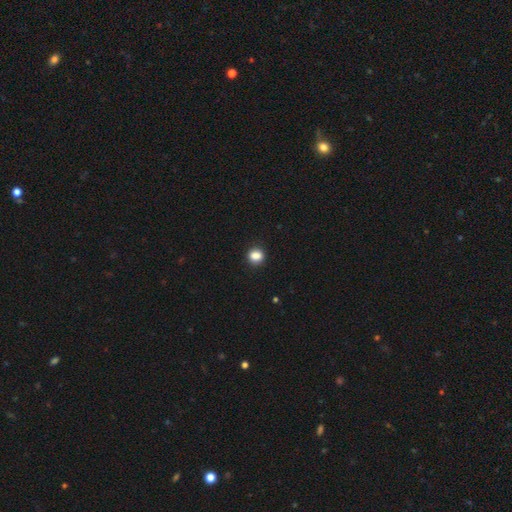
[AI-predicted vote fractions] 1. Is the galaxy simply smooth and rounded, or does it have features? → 86% smooth, 11% star or artifact, 4% featured or disk.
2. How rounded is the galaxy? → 67% round, 32% in between, 1% cigar-shaped.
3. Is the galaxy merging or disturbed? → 88% none, 9% minor disturbance, 2% major disturbance, 1% merger.